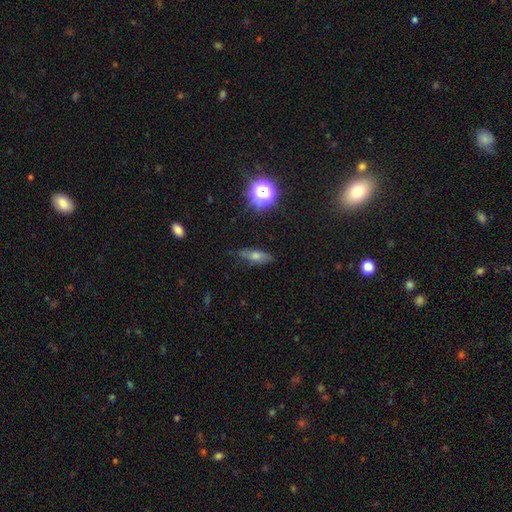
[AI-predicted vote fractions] This appears to be a smooth galaxy with no disk features (52%) that is in between round and cigar-shaped (52%). Merging: none (80%).